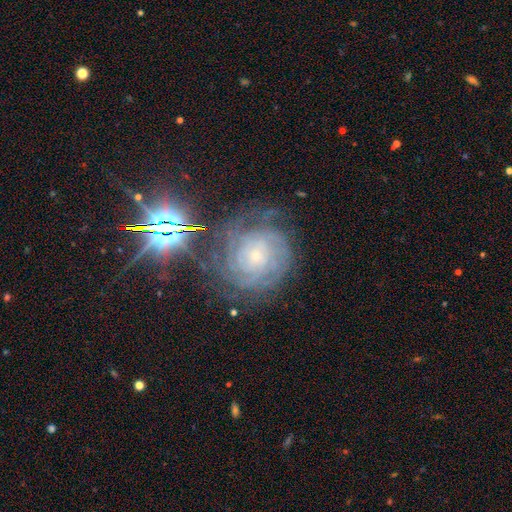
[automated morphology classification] A featured or disk galaxy (78%) with no bar (76%), tight (80%) spiral arms (96%) and a small central bulge (79%). Merging: none (71%).